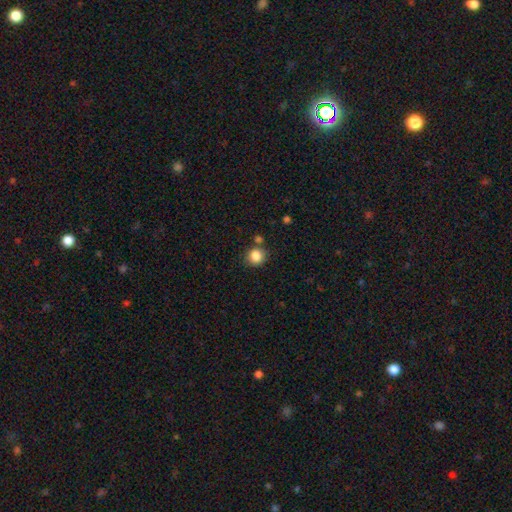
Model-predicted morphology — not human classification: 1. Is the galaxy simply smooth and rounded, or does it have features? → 85% smooth, 10% star or artifact, 4% featured or disk.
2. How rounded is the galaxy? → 85% round, 14% in between, 1% cigar-shaped.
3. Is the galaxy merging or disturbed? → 76% none, 11% minor disturbance, 9% merger, 3% major disturbance.